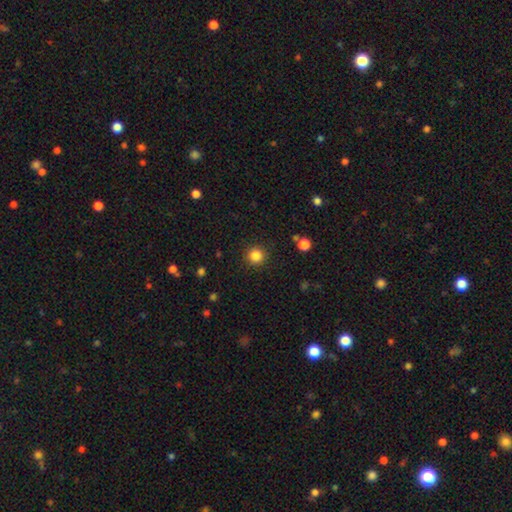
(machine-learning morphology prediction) Smooth or featured: smooth — 85% (star or artifact — 11%)
How rounded: round — 94% (in between — 5%)
Merging: none — 90% (minor disturbance — 6%)